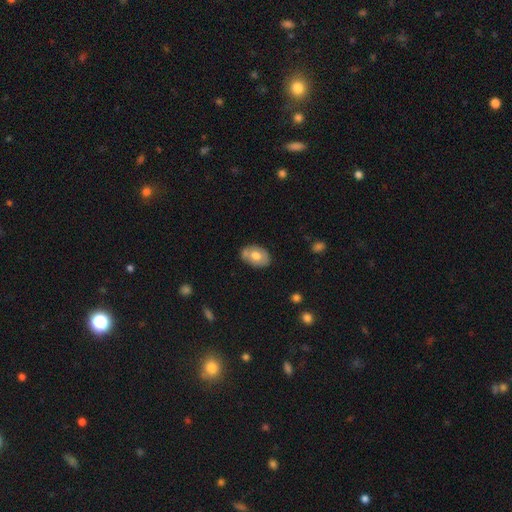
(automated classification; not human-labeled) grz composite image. It shows a smooth galaxy with no disk features (62%) that is in between round and cigar-shaped (83%). Merging: none (69%).